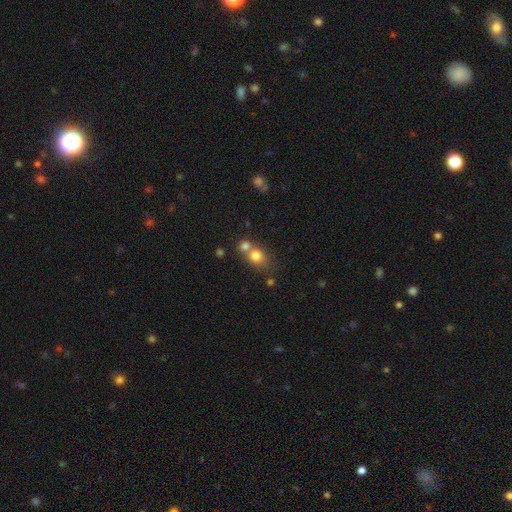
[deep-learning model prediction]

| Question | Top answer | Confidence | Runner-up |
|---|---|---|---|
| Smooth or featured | smooth | 78% | star or artifact (12%) |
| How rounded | round | 69% | in between (30%) |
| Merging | merger | 47% | none (40%) |